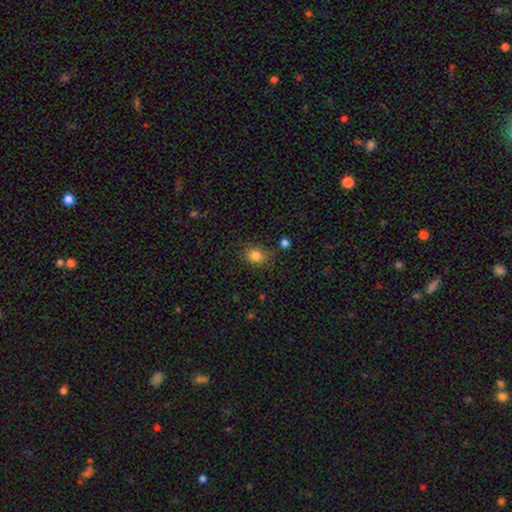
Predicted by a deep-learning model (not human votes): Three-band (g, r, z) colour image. It shows a smooth galaxy with no disk features (83%) that is round (52%). Merging: none (76%).